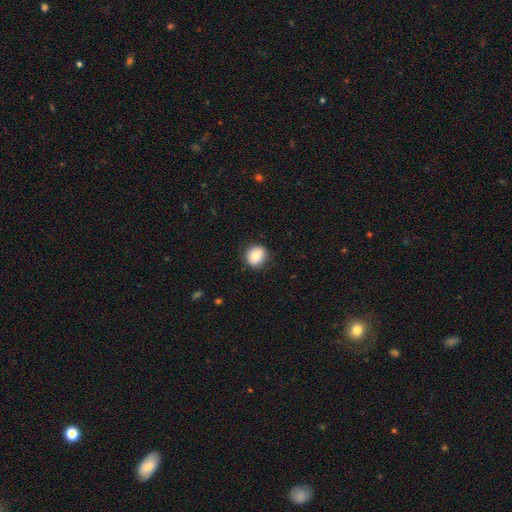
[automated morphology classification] Q: Smooth or featured?
A: smooth (79%); runner-up: featured or disk (12%)
Q: How rounded?
A: round (81%); runner-up: in between (18%)
Q: Merging?
A: none (86%); runner-up: minor disturbance (10%)